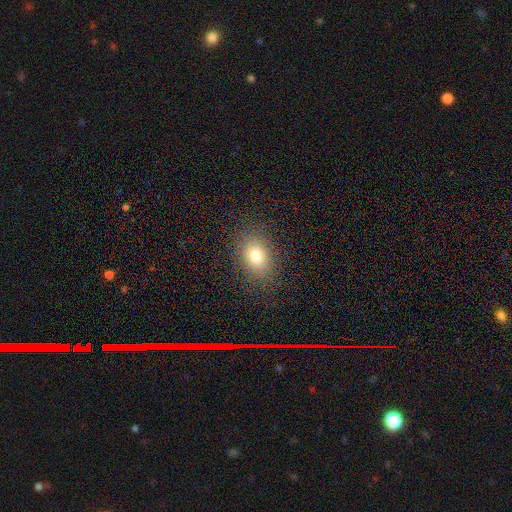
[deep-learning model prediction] The model was most divided on "how rounded": in between: 66%, round: 32%, cigar-shaped: 1%. More confident: merging — none (85%); smooth or featured — smooth (76%).